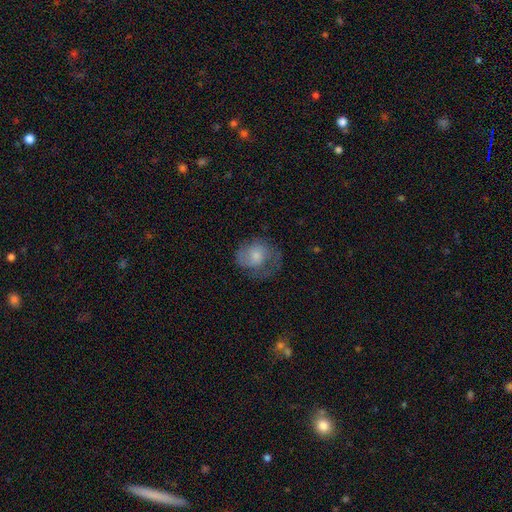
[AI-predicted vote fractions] Overall: smooth (56%; featured or disk 36%). How rounded: round (62%; in between 37%). Merging: none (41%; major disturbance 31%).